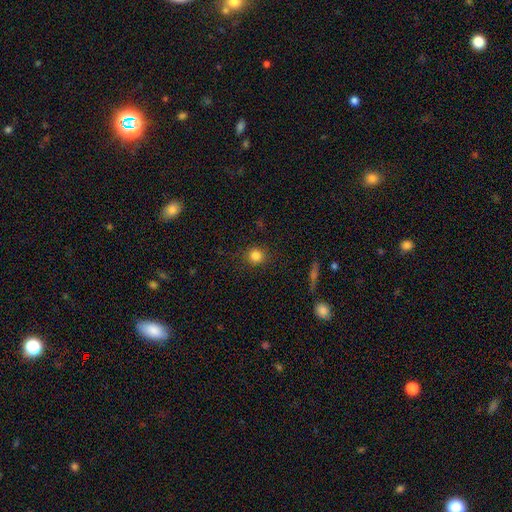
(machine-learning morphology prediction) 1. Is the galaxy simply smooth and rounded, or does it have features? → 84% smooth, 11% star or artifact, 5% featured or disk.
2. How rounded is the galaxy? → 91% round, 8% in between, 1% cigar-shaped.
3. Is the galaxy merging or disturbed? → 89% none, 7% minor disturbance, 3% major disturbance, 1% merger.